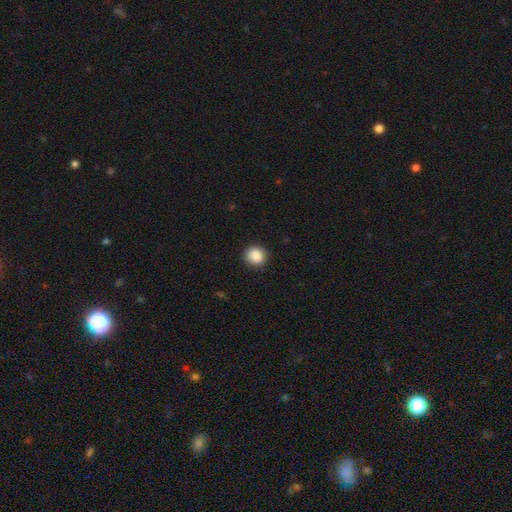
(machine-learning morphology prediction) Smooth or featured? smooth (88%)
How rounded? round (89%)
Merging? none (89%)